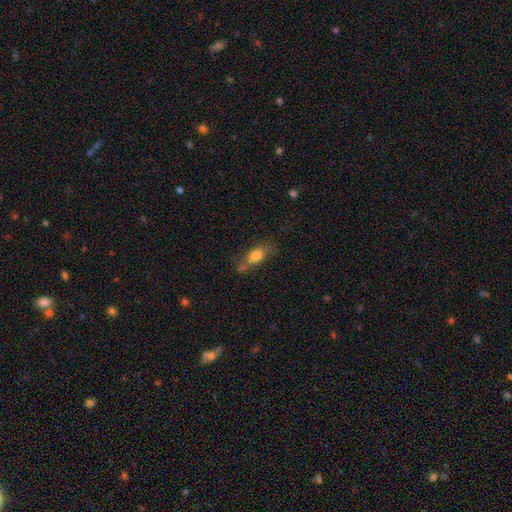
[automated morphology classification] The model was most divided on "merging": none: 53%, minor disturbance: 26%, merger: 11%, major disturbance: 11%. More confident: how rounded — in between (74%); smooth or featured — smooth (73%).